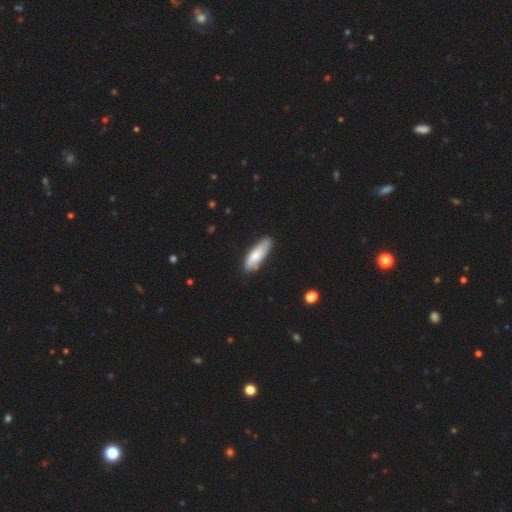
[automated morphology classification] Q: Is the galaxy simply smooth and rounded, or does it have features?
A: smooth — 73%.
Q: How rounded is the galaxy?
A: cigar-shaped — 50%.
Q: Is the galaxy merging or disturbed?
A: none — 76%.